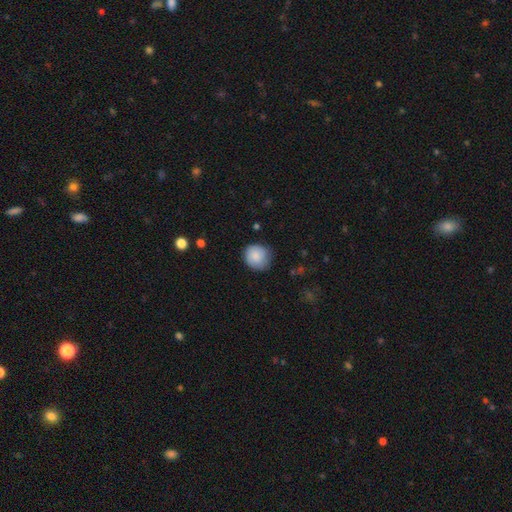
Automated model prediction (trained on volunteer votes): A smooth galaxy with no disk features (86%) that is round (91%).

Vote fractions:
- Smooth or featured? smooth: 86% / featured or disk: 7% / star or artifact: 7%
- How rounded? round: 91% / in between: 8% / cigar-shaped: 1%
- Merging? none: 78% / minor disturbance: 17% / major disturbance: 3% / merger: 1%